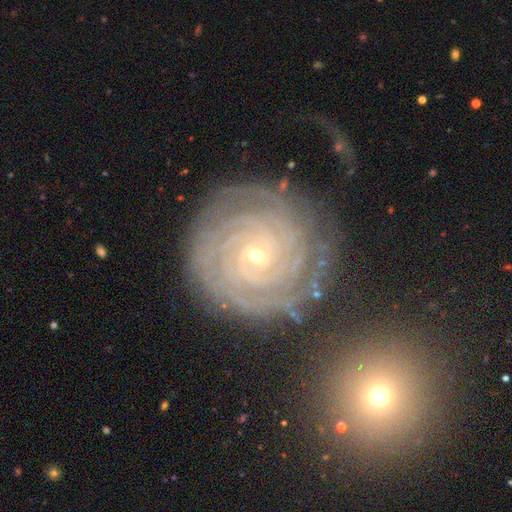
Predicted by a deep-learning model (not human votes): Smooth or featured: featured or disk — 89% (star or artifact — 6%)
Edge-on disk: no — 98% (yes — 2%)
Bar: no — 64% (weak — 25%)
Spiral arms: yes — 98% (no — 2%)
Spiral winding: tight — 90% (medium — 8%)
Spiral arm count: 4 — 23% (2 — 20%)
Bulge size: small — 83% (moderate — 13%)
Merging: none — 77% (minor disturbance — 14%)